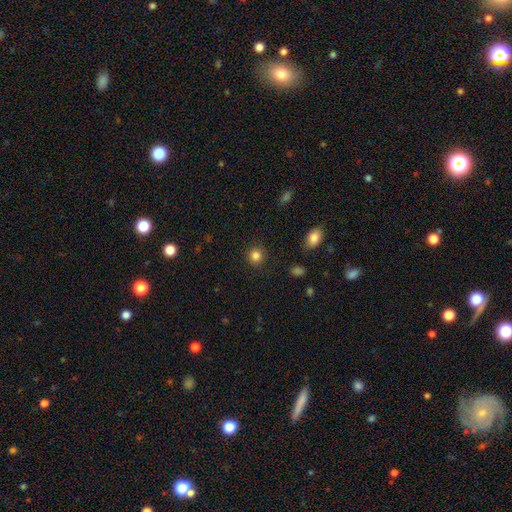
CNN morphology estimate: smooth 84%, star or artifact 11%, featured or disk 5%. Down the decision tree: how rounded — round (92%); merging — none (91%).